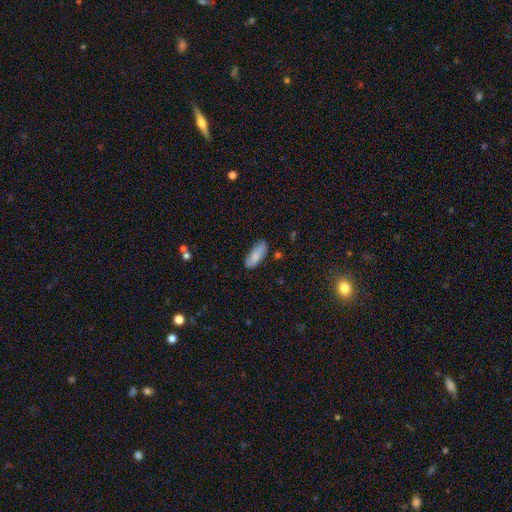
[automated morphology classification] This is clearly a smooth galaxy (82%). How rounded: likely in between (76%). Merging: likely none (79%).